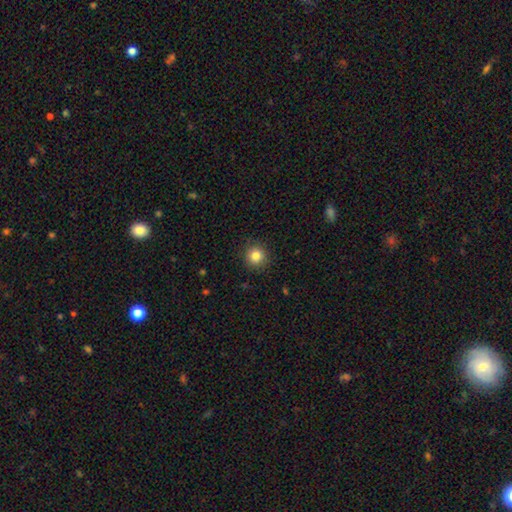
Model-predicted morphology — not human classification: Smooth or featured: smooth — 83% (star or artifact — 11%)
How rounded: round — 93% (in between — 6%)
Merging: none — 91% (minor disturbance — 6%)